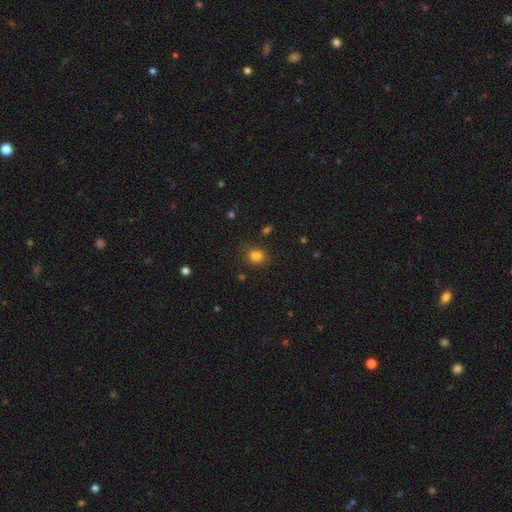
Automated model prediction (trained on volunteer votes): Smooth or featured?
  - smooth: 81% *
  - star or artifact: 13%
  - featured or disk: 5%
How rounded?
  - round: 57% *
  - in between: 42%
  - cigar-shaped: 1%
Merging?
  - none: 78% *
  - minor disturbance: 15%
  - major disturbance: 5%
  - merger: 3%